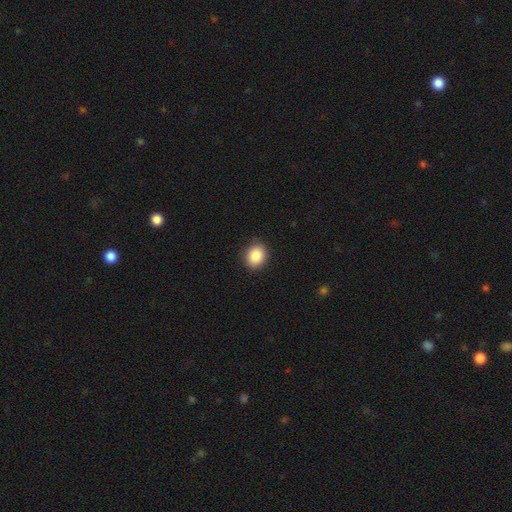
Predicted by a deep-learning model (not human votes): smooth-or-featured: smooth: 87% | star or artifact: 9% | featured or disk: 4%
  how-rounded: round: 64% | in between: 35% | cigar-shaped: 1%
  merging: none: 87% | minor disturbance: 10% | major disturbance: 2% | merger: 1%